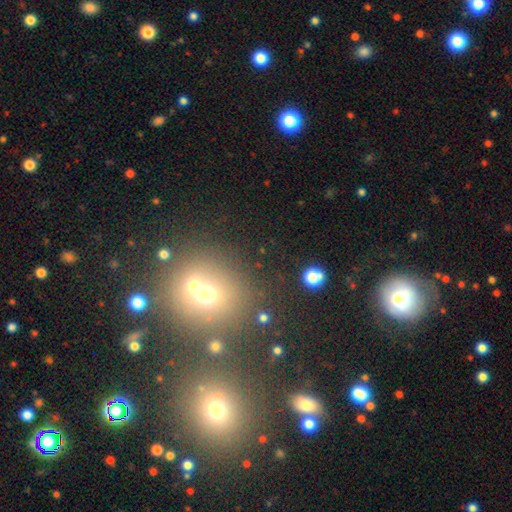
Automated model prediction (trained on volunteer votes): Q: Smooth or featured?
A: smooth (47%); runner-up: star or artifact (38%)
Q: Merging?
A: none (68%); runner-up: merger (17%)